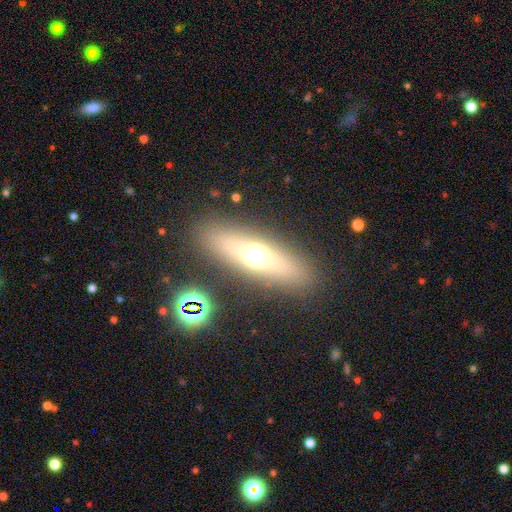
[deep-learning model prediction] A smooth galaxy with no disk features (52%) that is cigar-shaped (47%).

Vote fractions:
- Smooth or featured? smooth: 52% / featured or disk: 34% / star or artifact: 14%
- How rounded? cigar-shaped: 47% / in between: 46% / round: 7%
- Merging? none: 85% / minor disturbance: 8% / major disturbance: 4% / merger: 3%